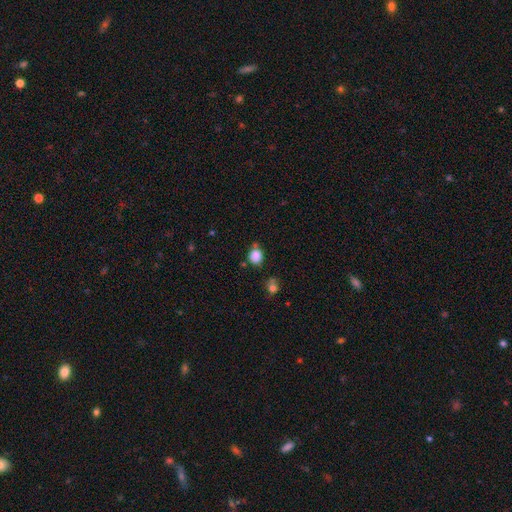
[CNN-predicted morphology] Overall: smooth (84%). How rounded: round (68%; in between 31%). Merging: none (65%).